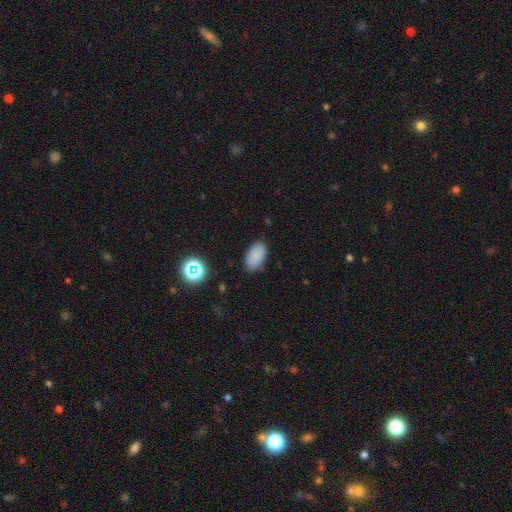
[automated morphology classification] This is clearly a smooth galaxy (85%). How rounded: clearly in between (94%). Merging: clearly none (84%).